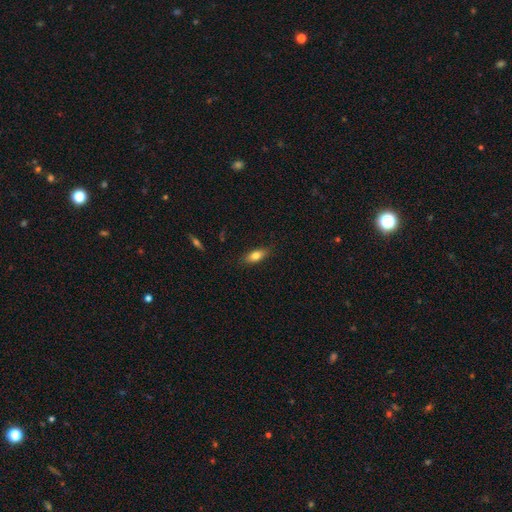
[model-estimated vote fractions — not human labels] Smooth or featured: smooth — 77% (featured or disk — 15%)
How rounded: in between — 77% (cigar-shaped — 19%)
Merging: none — 82% (minor disturbance — 14%)